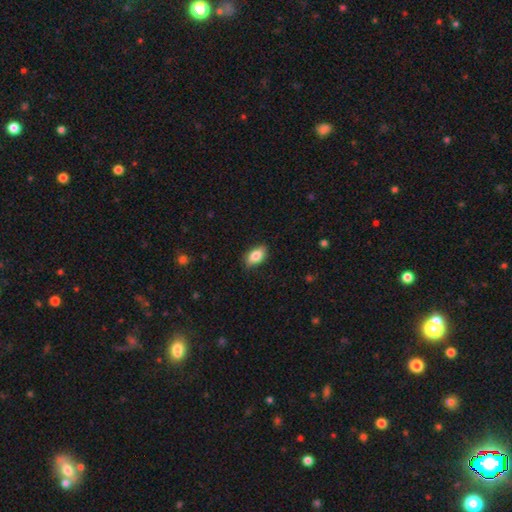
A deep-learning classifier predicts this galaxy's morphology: Overall: smooth (84%). How rounded: in between (90%). Merging: none (84%).